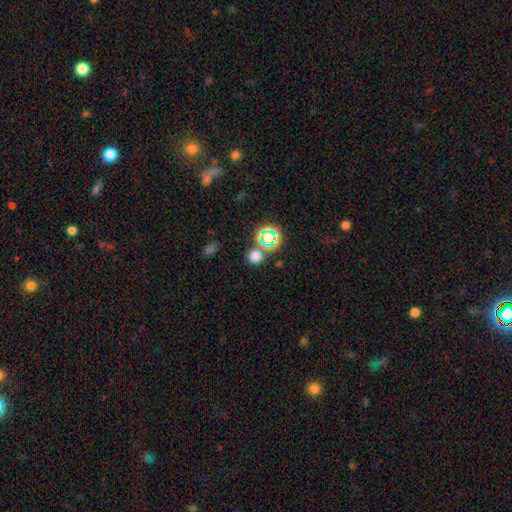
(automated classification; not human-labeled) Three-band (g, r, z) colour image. It shows a smooth galaxy with no disk features (68%) that is round (85%). Merging: none (74%).